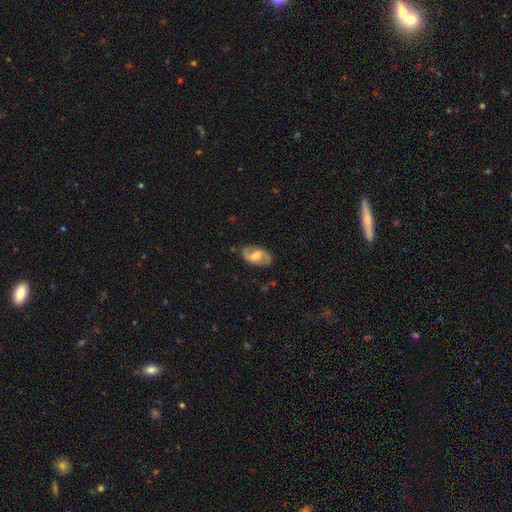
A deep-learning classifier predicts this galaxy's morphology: Overall: featured or disk (63%; smooth 31%). Edge-on disk: no (95%). Bar: weak (48%; no 34%). Spiral arms: yes (82%). Bulge size: moderate (36%; large 34%). Merging: none (79%).